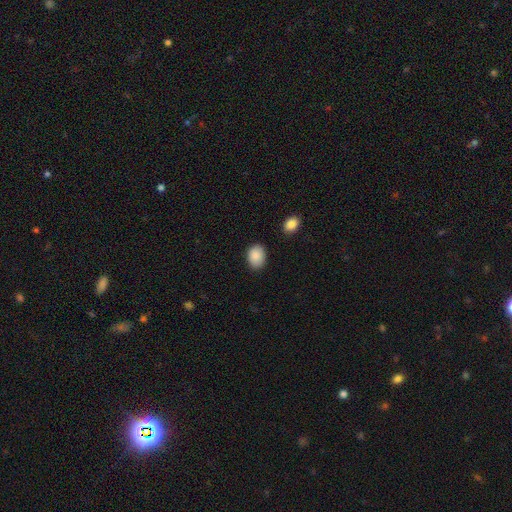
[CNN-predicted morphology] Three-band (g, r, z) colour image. It shows a smooth galaxy with no disk features (89%) that is in between round and cigar-shaped (72%). Merging: none (83%).